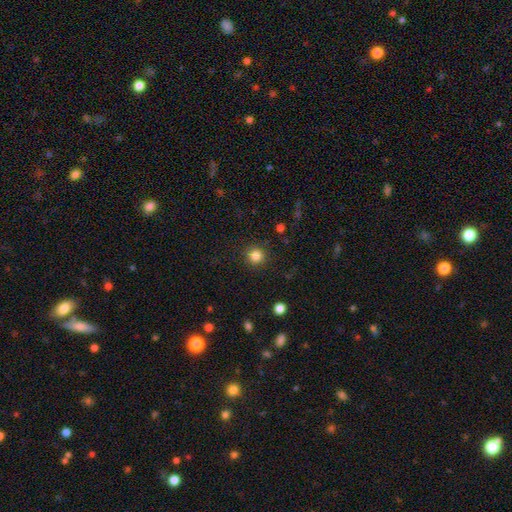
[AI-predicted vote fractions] Smooth or featured: smooth — 83% (star or artifact — 12%)
How rounded: round — 94% (in between — 5%)
Merging: none — 90% (minor disturbance — 6%)